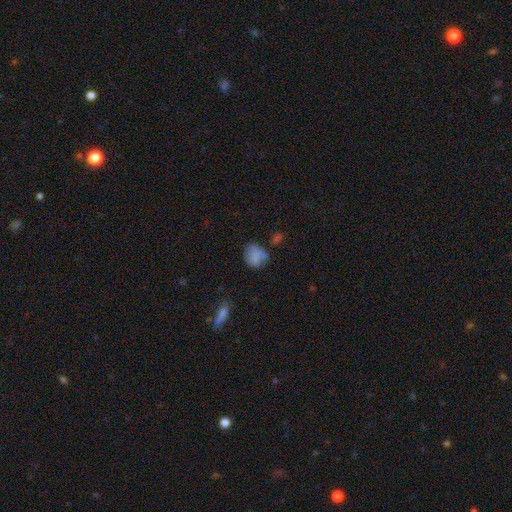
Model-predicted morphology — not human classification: smooth_or_featured: smooth (p=0.75) [alt: featured or disk p=0.14]
how_rounded: round (p=0.50) [alt: in between p=0.48]
merging: none (p=0.47) [alt: minor disturbance p=0.29]